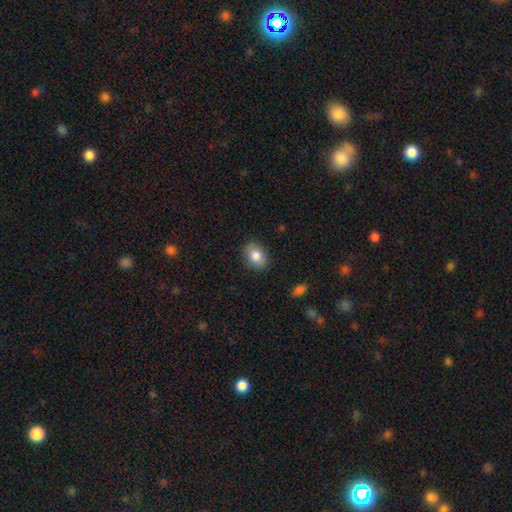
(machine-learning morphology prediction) The model was most divided on "how rounded": in between: 69%, round: 30%, cigar-shaped: 1%. More confident: merging — none (85%); smooth or featured — smooth (83%).